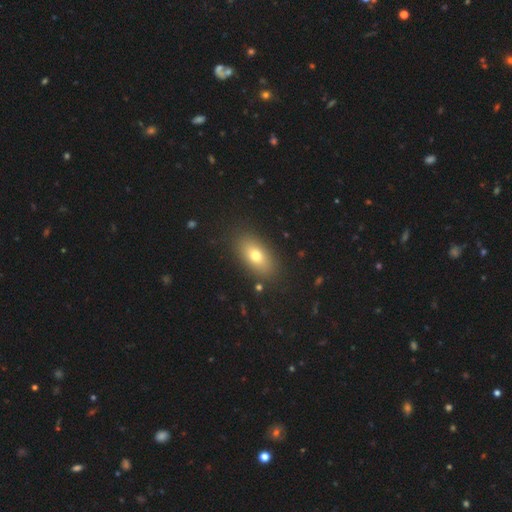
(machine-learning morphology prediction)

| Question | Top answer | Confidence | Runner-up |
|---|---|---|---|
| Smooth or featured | smooth | 73% | featured or disk (17%) |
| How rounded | in between | 86% | round (8%) |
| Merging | none | 87% | minor disturbance (9%) |